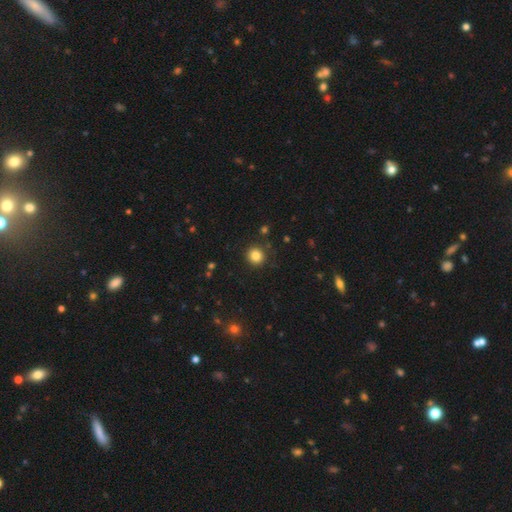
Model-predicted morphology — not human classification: Smooth or featured: smooth — 83% (star or artifact — 12%)
How rounded: round — 92% (in between — 7%)
Merging: none — 90% (minor disturbance — 6%)